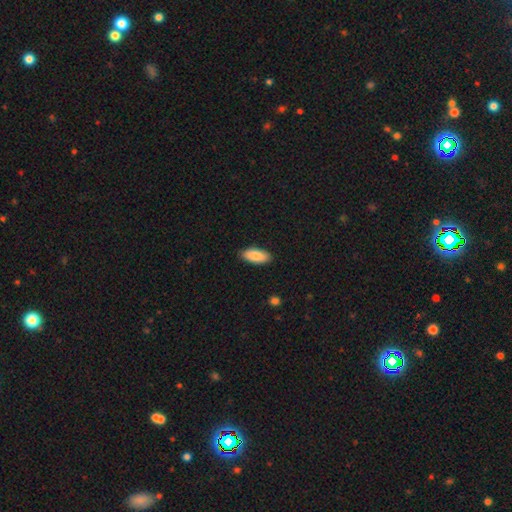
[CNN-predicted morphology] Smooth or featured? smooth (86%)
How rounded? in between (86%)
Merging? none (89%)